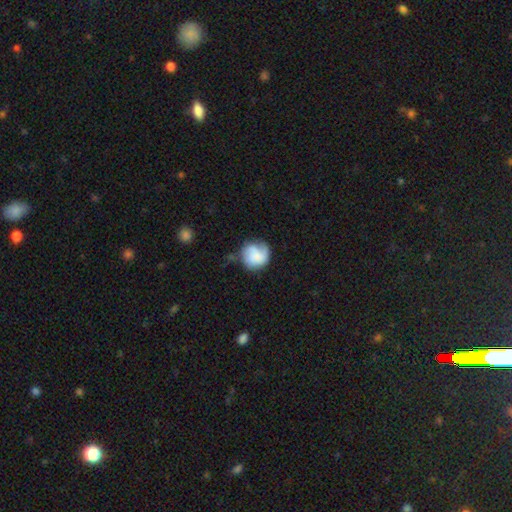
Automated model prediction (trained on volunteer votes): This appears to be a smooth galaxy with no disk features (60%) that is round (82%). Merging: none (52%).